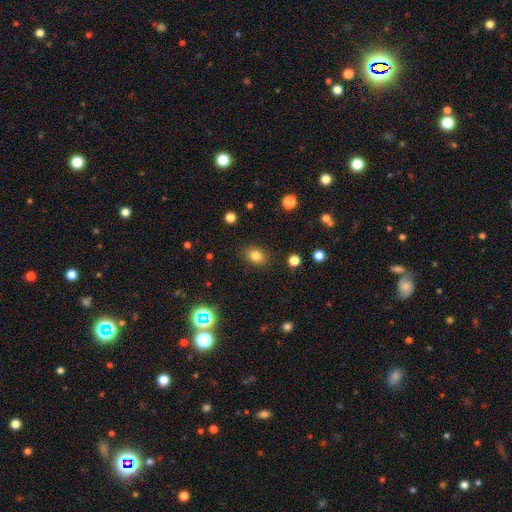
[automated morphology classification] smooth-or-featured: smooth: 82% | star or artifact: 12% | featured or disk: 6%
  how-rounded: in between: 68% | round: 30% | cigar-shaped: 1%
  merging: none: 87% | minor disturbance: 9% | major disturbance: 3% | merger: 1%